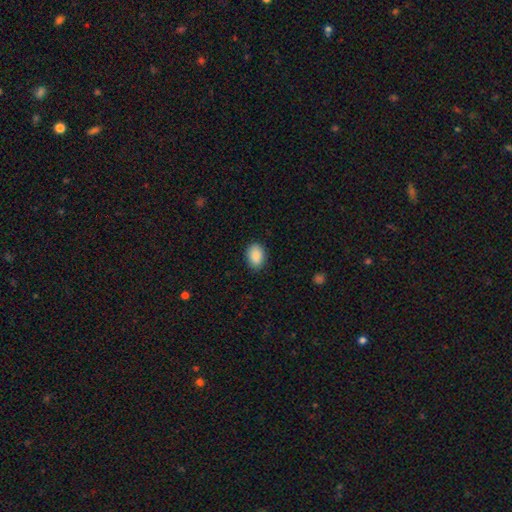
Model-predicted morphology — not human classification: Smooth or featured? smooth (90%)
How rounded? in between (81%)
Merging? none (86%)